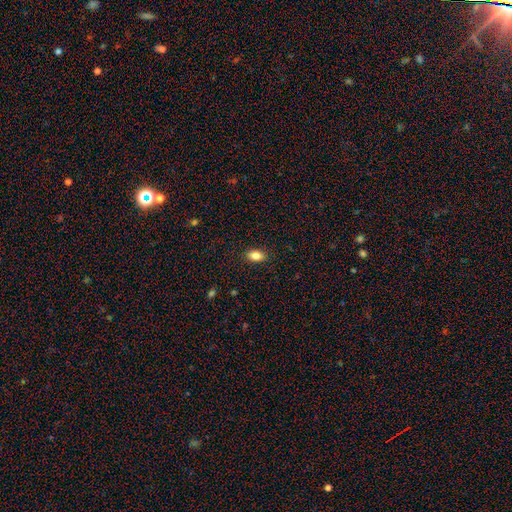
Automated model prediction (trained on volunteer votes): smooth-or-featured: smooth: 86% | star or artifact: 9% | featured or disk: 6%
  how-rounded: in between: 88% | round: 10% | cigar-shaped: 2%
  merging: none: 89% | minor disturbance: 8% | major disturbance: 2% | merger: 1%